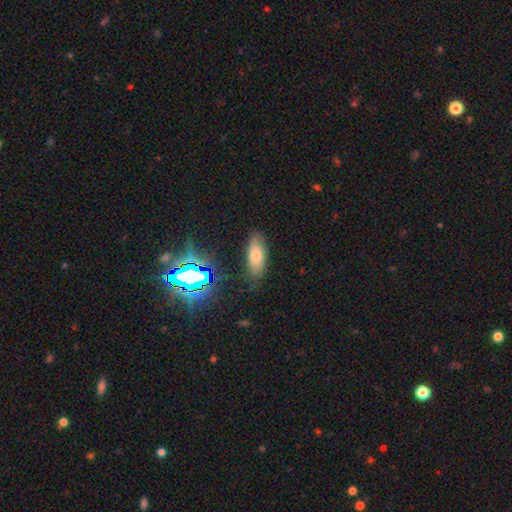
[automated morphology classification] Overall: smooth (65%). How rounded: in between (76%). Merging: none (81%).